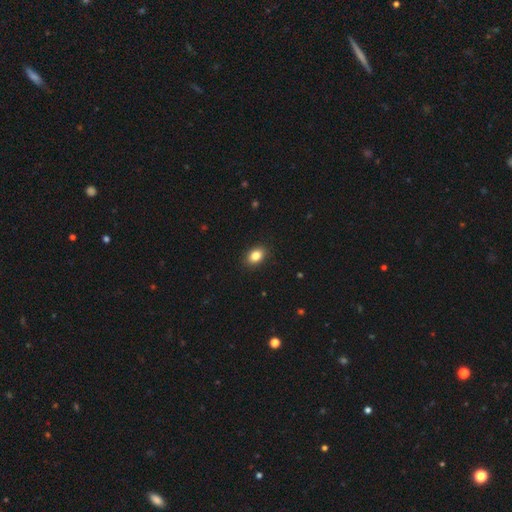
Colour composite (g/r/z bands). It shows a smooth galaxy with no disk features (82%) that is in between round and cigar-shaped (70%). Merging: none (83%).